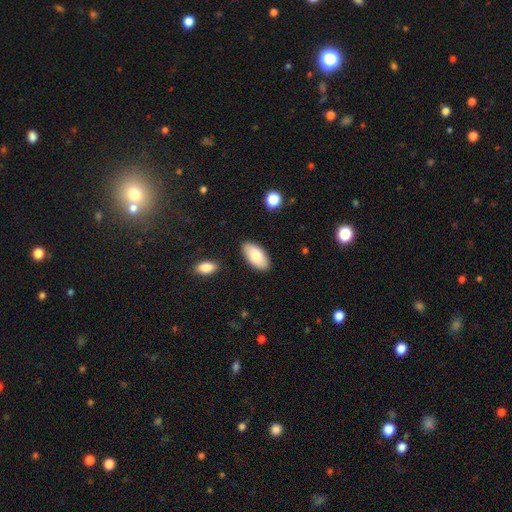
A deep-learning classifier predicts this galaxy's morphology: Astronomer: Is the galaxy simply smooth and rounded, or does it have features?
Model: smooth — 82%.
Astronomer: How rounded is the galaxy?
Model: in between — 95%.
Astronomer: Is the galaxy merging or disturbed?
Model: none — 86%.